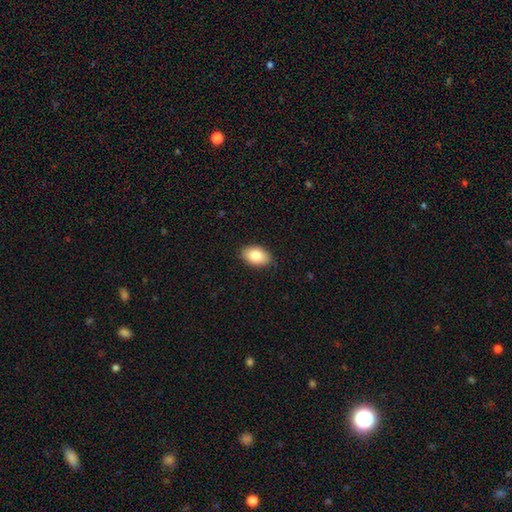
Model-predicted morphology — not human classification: type=smooth (83%); roundness=in between (91%); merging=none (88%).